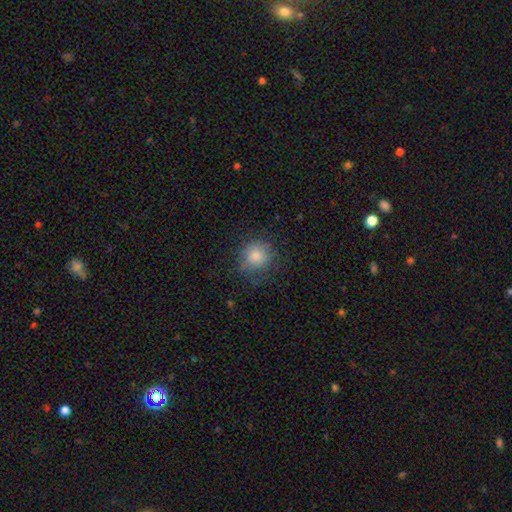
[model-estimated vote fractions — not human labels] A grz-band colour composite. It shows a smooth galaxy with no disk features (81%) that is round (86%). Merging: none (73%).